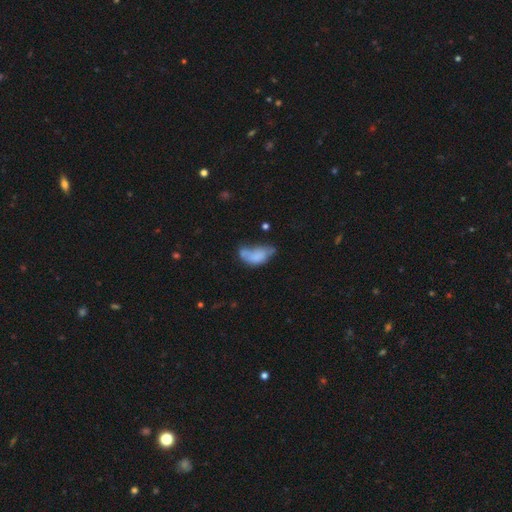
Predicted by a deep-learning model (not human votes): smooth-or-featured: smooth: 65% | featured or disk: 24% | star or artifact: 10%
  how-rounded: in between: 89% | round: 6% | cigar-shaped: 5%
  merging: major disturbance: 27% | minor disturbance: 26% | merger: 25% | none: 22%